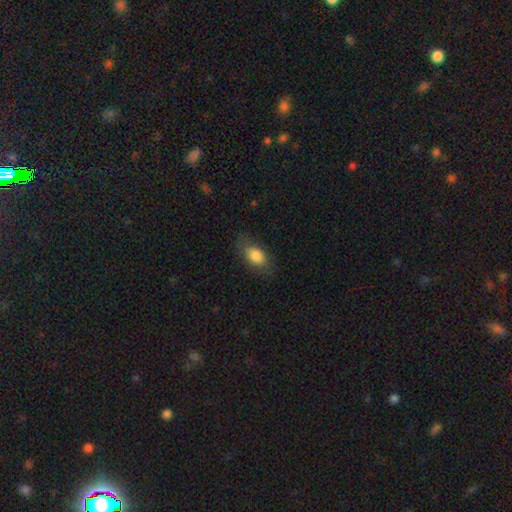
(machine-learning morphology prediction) This appears to be a smooth galaxy with no disk features (82%) that is in between round and cigar-shaped (89%). Merging: none (75%).